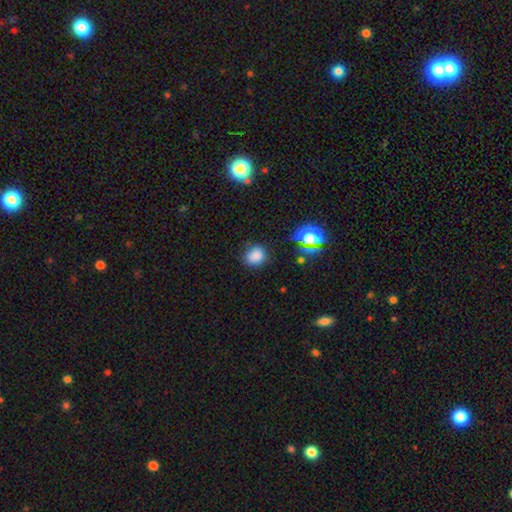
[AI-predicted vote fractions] smooth 80%, star or artifact 15%, featured or disk 4%. Down the decision tree: how rounded — round (62%); merging — none (80%).